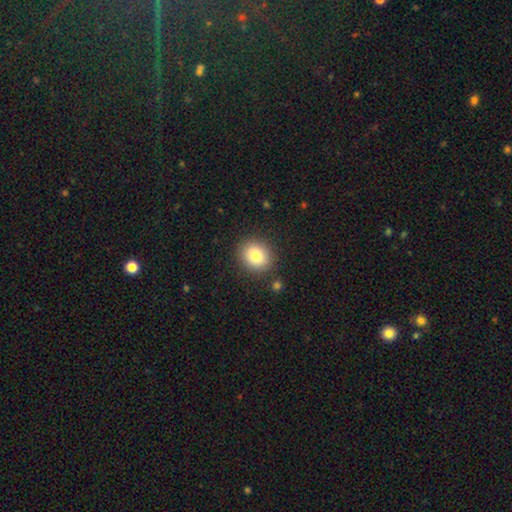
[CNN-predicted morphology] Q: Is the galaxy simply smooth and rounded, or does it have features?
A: smooth — 83%.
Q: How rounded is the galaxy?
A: round — 73%.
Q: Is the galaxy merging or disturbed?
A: none — 87%.